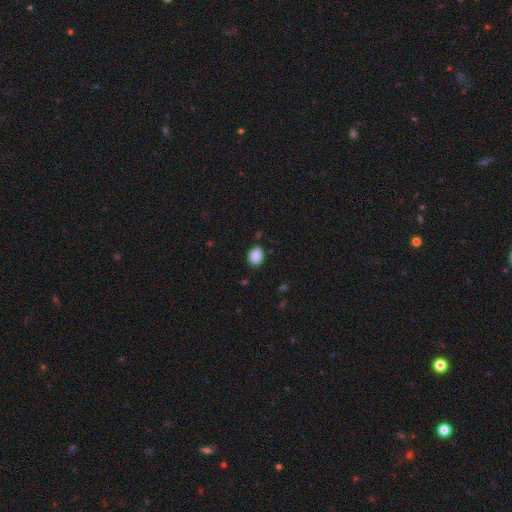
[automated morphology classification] This appears to be a smooth galaxy with no disk features (89%) that is in between round and cigar-shaped (68%). Merging: none (81%).